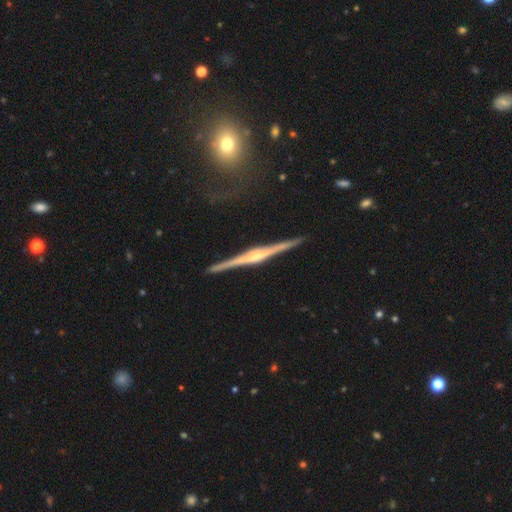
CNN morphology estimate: Smooth or featured: featured or disk — 86% (smooth — 9%)
Edge-on disk: yes — 98% (no — 2%)
Edge-on bulge: rounded — 68% (boxy — 21%)
Merging: none — 88% (minor disturbance — 8%)